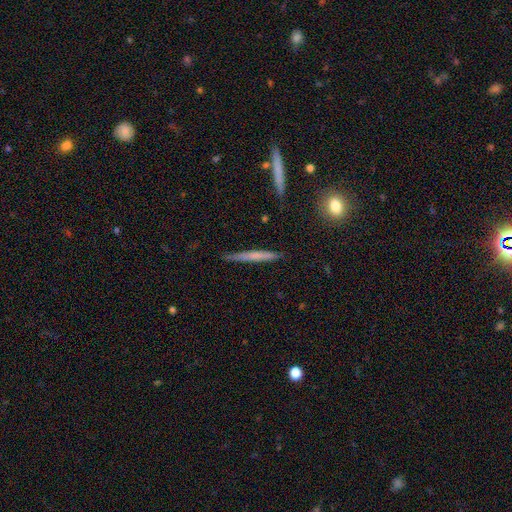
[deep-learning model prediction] Q: Smooth or featured?
A: smooth (54%); runner-up: featured or disk (40%)
Q: How rounded?
A: cigar-shaped (96%); runner-up: in between (2%)
Q: Merging?
A: none (86%); runner-up: minor disturbance (11%)